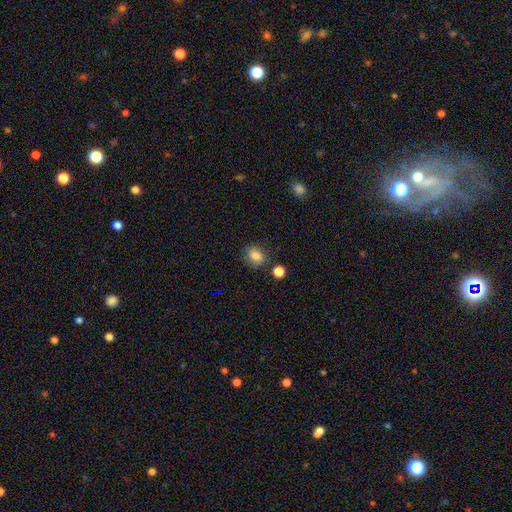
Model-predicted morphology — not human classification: Smooth or featured? smooth (83%)
How rounded? in between (57%)
Merging? none (77%)